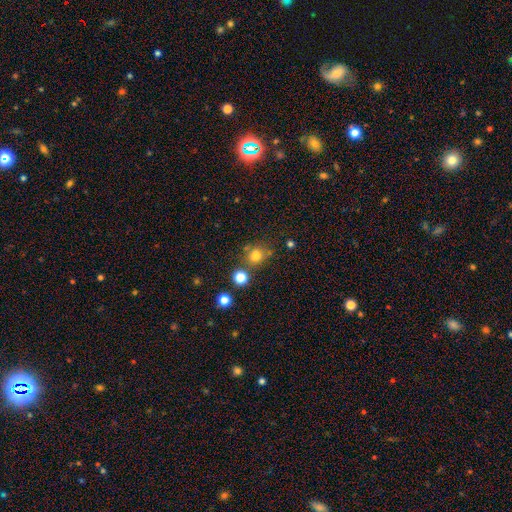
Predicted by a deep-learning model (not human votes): Smooth or featured? Predicted: smooth (p=0.76). How rounded? Predicted: round (p=0.78). Merging? Predicted: none (p=0.65).